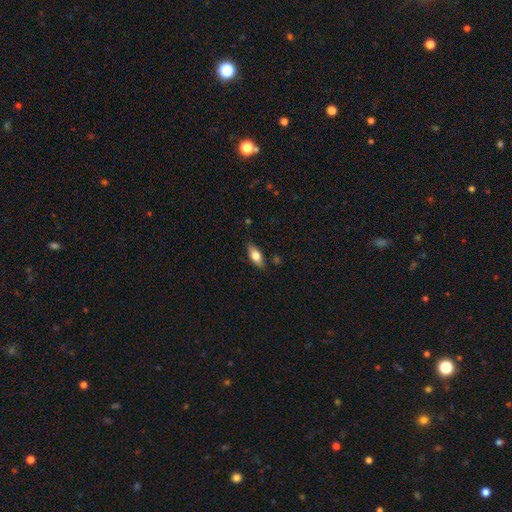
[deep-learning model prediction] Smooth or featured?
  - smooth: 68% *
  - featured or disk: 25%
  - star or artifact: 7%
How rounded?
  - in between: 78% *
  - cigar-shaped: 19%
  - round: 3%
Merging?
  - none: 83% *
  - minor disturbance: 13%
  - major disturbance: 3%
  - merger: 2%